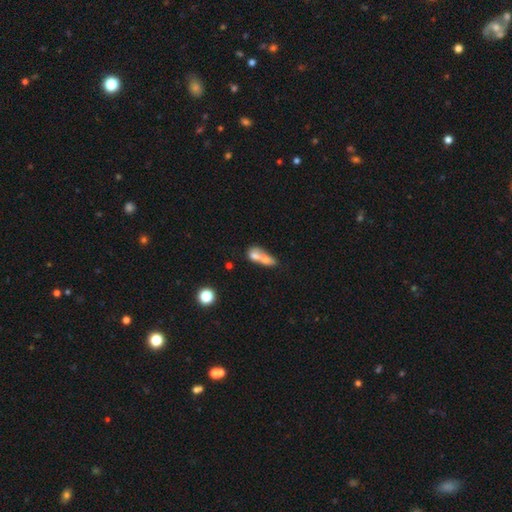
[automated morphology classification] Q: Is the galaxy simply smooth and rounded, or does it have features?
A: smooth — 64%.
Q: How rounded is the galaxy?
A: in between — 61%.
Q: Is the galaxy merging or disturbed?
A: merger — 64%.